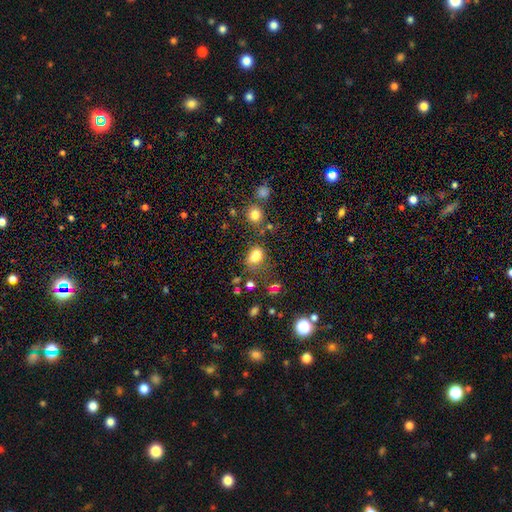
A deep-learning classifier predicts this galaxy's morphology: A smooth galaxy with no disk features (73%) that is in between round and cigar-shaped (66%). Merging: none (48%).